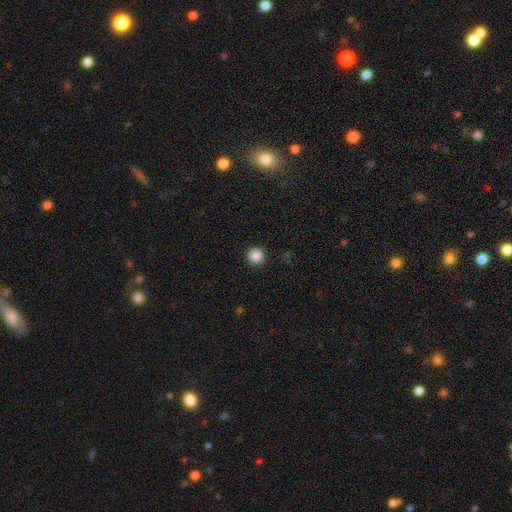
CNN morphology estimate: Smooth or featured?
  - smooth: 87% *
  - star or artifact: 10%
  - featured or disk: 3%
How rounded?
  - round: 96% *
  - in between: 3%
  - cigar-shaped: 1%
Merging?
  - none: 92% *
  - minor disturbance: 5%
  - major disturbance: 2%
  - merger: 1%